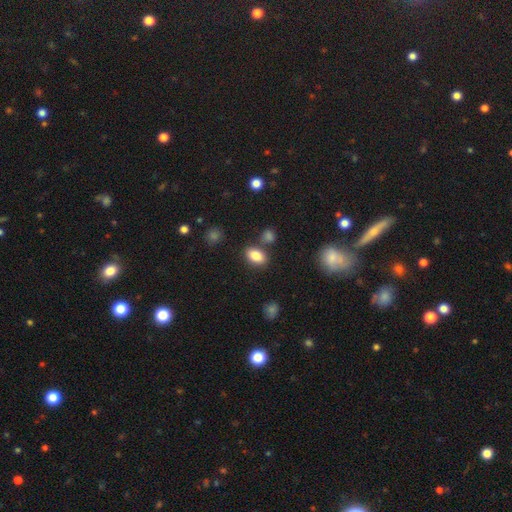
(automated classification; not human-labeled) A smooth galaxy with no disk features (83%) that is in between round and cigar-shaped (85%).

Vote fractions:
- Smooth or featured? smooth: 83% / star or artifact: 10% / featured or disk: 7%
- How rounded? in between: 85% / round: 13% / cigar-shaped: 2%
- Merging? none: 75% / minor disturbance: 12% / merger: 10% / major disturbance: 3%